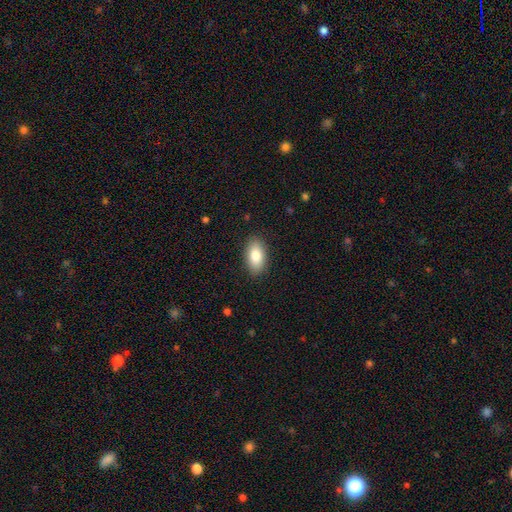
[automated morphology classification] The model was most divided on "smooth or featured": smooth: 84%, featured or disk: 10%, star or artifact: 7%. More confident: how rounded — in between (93%); merging — none (88%).